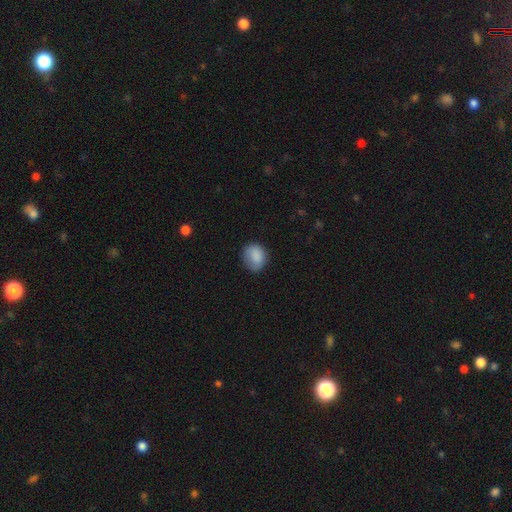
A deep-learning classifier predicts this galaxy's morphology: A smooth galaxy with no disk features (85%) that is round (54%).

Vote fractions:
- Smooth or featured? smooth: 85% / star or artifact: 8% / featured or disk: 6%
- How rounded? round: 54% / in between: 45% / cigar-shaped: 1%
- Merging? none: 69% / minor disturbance: 24% / major disturbance: 6% / merger: 1%